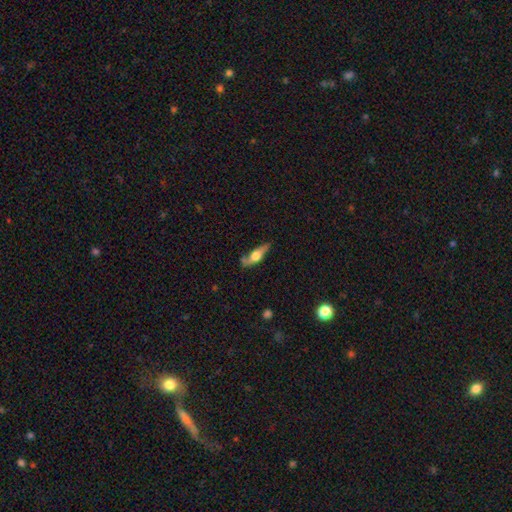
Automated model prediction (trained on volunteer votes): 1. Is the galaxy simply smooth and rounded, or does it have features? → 53% featured or disk, 41% smooth, 6% star or artifact.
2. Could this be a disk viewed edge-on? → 83% yes, 17% no.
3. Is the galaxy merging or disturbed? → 67% none, 22% minor disturbance, 6% major disturbance, 5% merger.